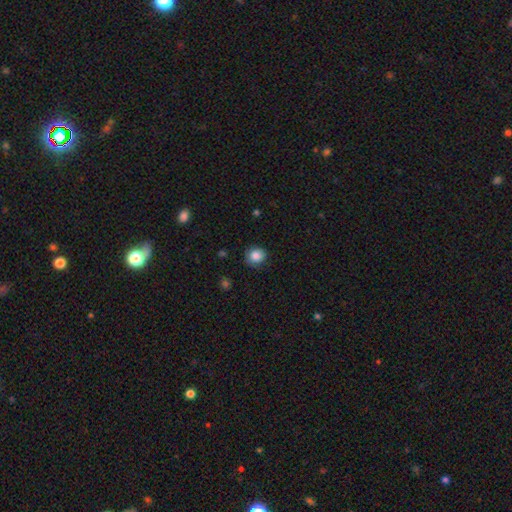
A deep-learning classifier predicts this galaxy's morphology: Smooth or featured? smooth (86%)
How rounded? round (82%)
Merging? none (86%)